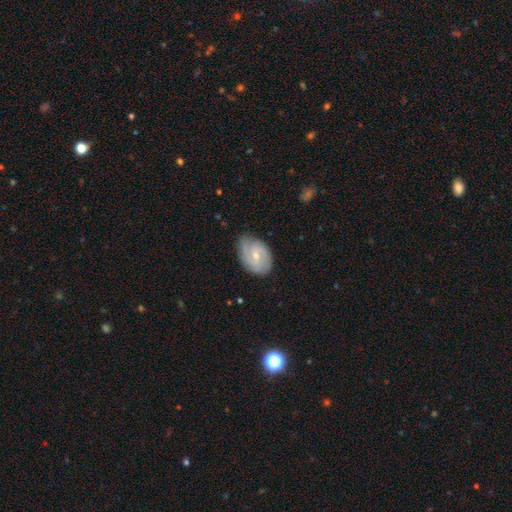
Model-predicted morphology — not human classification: Q: Smooth or featured?
A: featured or disk (69%); runner-up: smooth (25%)
Q: Edge-on disk?
A: no (97%); runner-up: yes (3%)
Q: Bar?
A: no (48%); runner-up: weak (45%)
Q: Spiral arms?
A: yes (90%); runner-up: no (10%)
Q: Spiral winding?
A: tight (45%); runner-up: medium (40%)
Q: Spiral arm count?
A: 2 (46%); runner-up: can't tell (25%)
Q: Bulge size?
A: small (54%); runner-up: moderate (42%)
Q: Merging?
A: none (73%); runner-up: minor disturbance (21%)